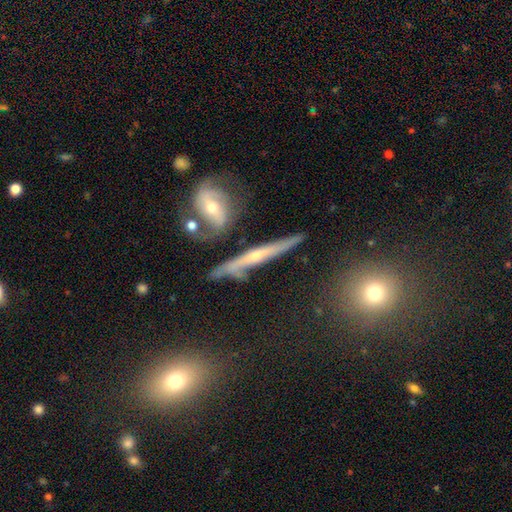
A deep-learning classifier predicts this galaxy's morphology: Smooth or featured?
  - featured or disk: 64% *
  - smooth: 25%
  - star or artifact: 11%
Edge-on disk?
  - yes: 80% *
  - no: 20%
Edge-on bulge?
  - rounded: 58% *
  - none: 35%
  - boxy: 8%
Merging?
  - none: 60% *
  - minor disturbance: 21%
  - merger: 11%
  - major disturbance: 8%